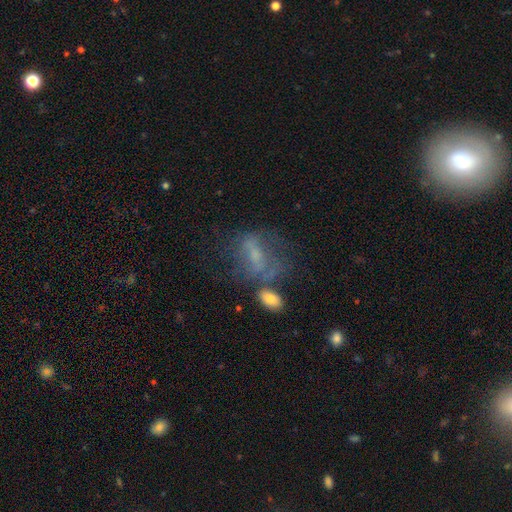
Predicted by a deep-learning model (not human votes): A featured or disk galaxy (48%). Merging: none (35%).